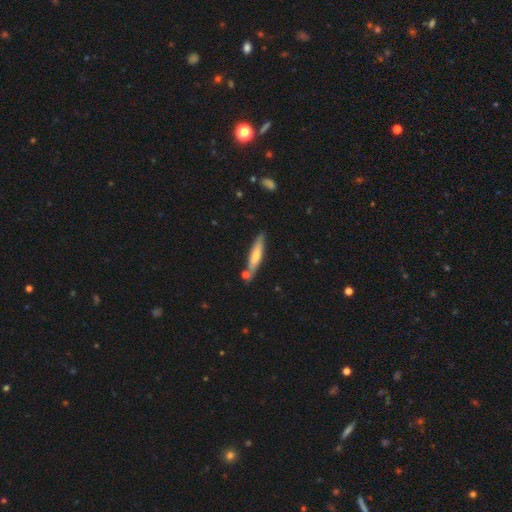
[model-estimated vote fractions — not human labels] Q: Smooth or featured?
A: smooth (59%); runner-up: featured or disk (36%)
Q: How rounded?
A: cigar-shaped (88%); runner-up: in between (11%)
Q: Merging?
A: none (75%); runner-up: minor disturbance (13%)